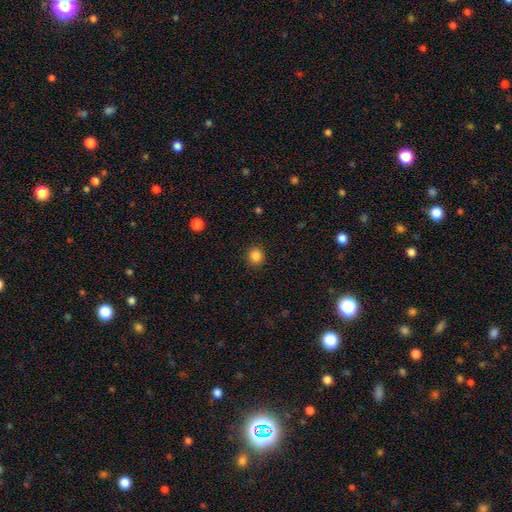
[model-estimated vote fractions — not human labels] smooth 85%, star or artifact 11%, featured or disk 4%. Down the decision tree: how rounded — round (88%); merging — none (91%).